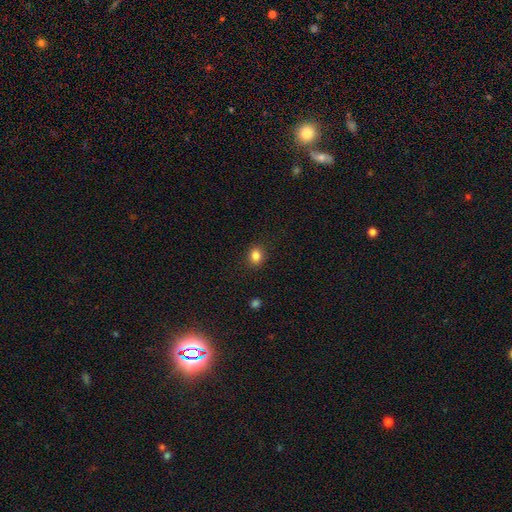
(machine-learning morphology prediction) Smooth or featured? smooth (84%)
How rounded? round (67%)
Merging? none (89%)